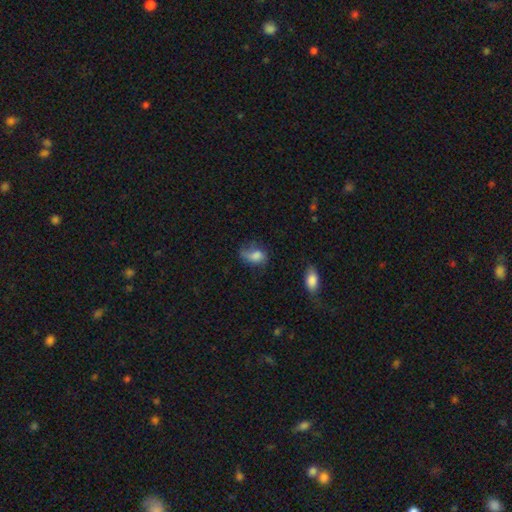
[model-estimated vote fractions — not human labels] smooth-or-featured: smooth: 69% | featured or disk: 21% | star or artifact: 11%
  how-rounded: in between: 77% | round: 21% | cigar-shaped: 2%
  merging: none: 36% | minor disturbance: 31% | major disturbance: 29% | merger: 4%